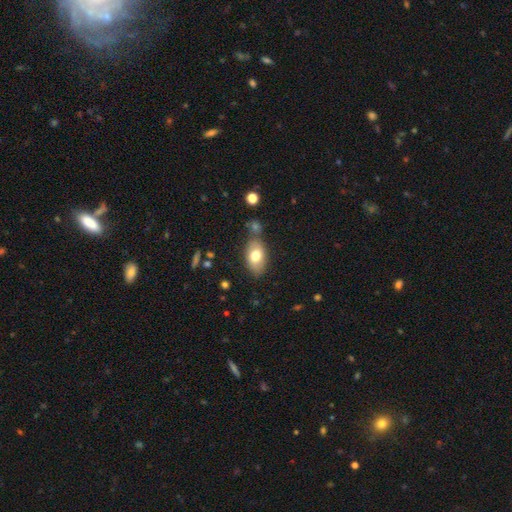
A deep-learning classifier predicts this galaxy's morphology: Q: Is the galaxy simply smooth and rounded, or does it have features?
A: smooth — 73%.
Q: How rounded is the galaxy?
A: in between — 91%.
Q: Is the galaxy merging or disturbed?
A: none — 68%.